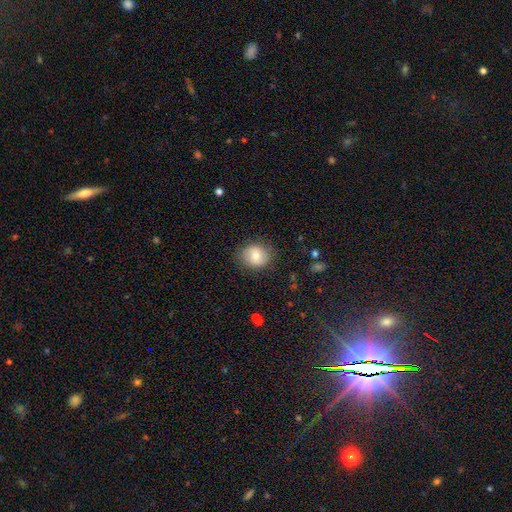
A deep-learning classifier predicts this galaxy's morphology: The model was most divided on "how rounded": round: 65%, in between: 34%, cigar-shaped: 1%. More confident: merging — none (81%); smooth or featured — smooth (74%).